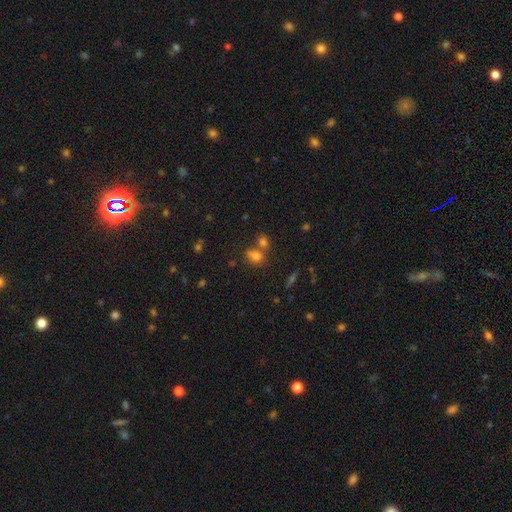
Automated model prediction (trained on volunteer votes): smooth 76%, star or artifact 15%, featured or disk 9%. Down the decision tree: how rounded — in between (70%); merging — none (47%).